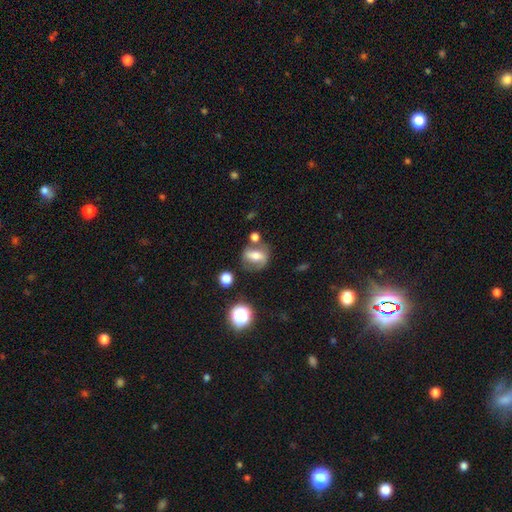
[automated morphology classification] smooth-or-featured: featured or disk: 50% | smooth: 38% | star or artifact: 11%
  disk-edge-on: no: 88% | yes: 12%
  merging: none: 60% | minor disturbance: 19% | merger: 11% | major disturbance: 10%